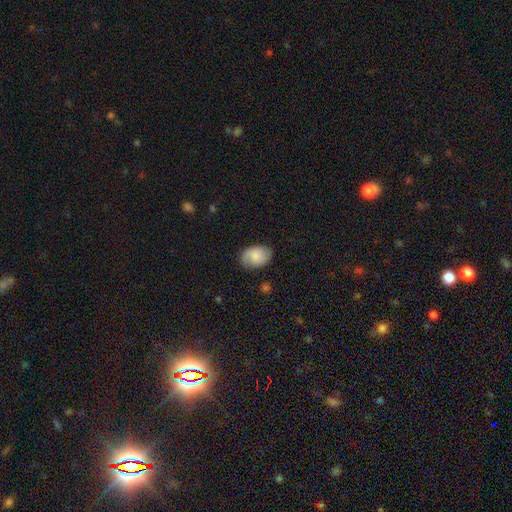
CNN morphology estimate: This appears to be a smooth galaxy with no disk features (69%) that is in between round and cigar-shaped (80%). Merging: none (74%).